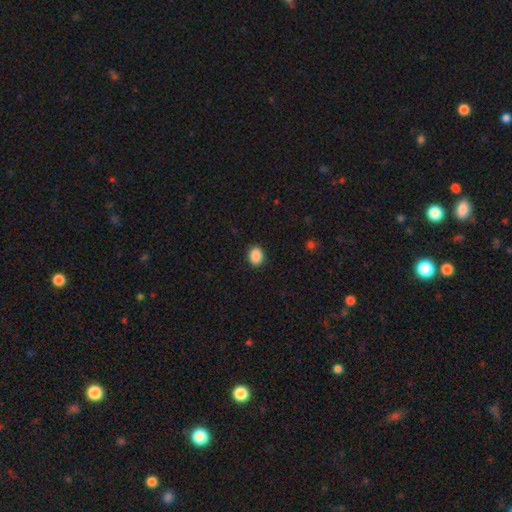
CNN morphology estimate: Smooth or featured? Predicted: smooth (p=0.89). How rounded? Predicted: in between (p=0.52). Merging? Predicted: none (p=0.90).